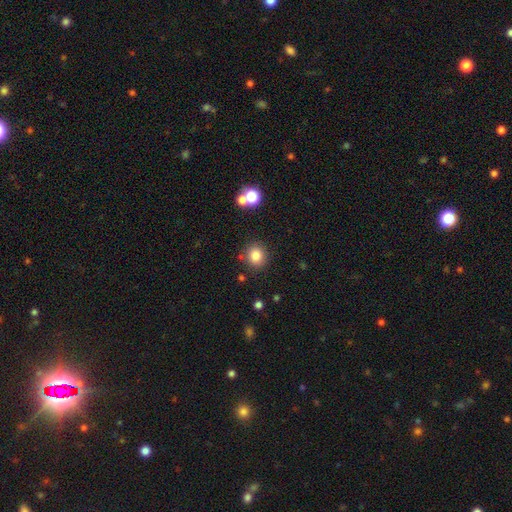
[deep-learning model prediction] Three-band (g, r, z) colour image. It shows a smooth galaxy with no disk features (81%) that is round (88%). Merging: none (84%).